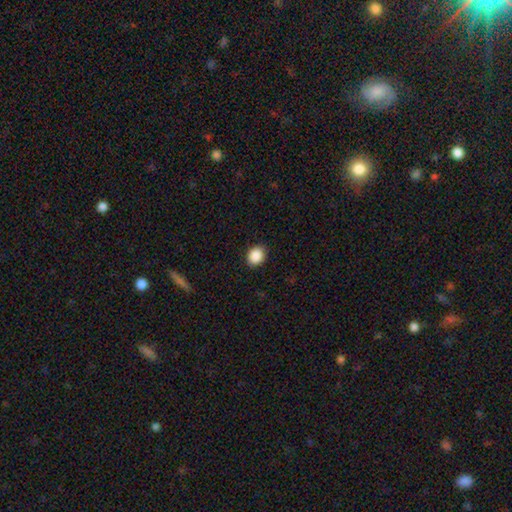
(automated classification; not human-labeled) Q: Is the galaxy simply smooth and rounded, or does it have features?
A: smooth — 89%.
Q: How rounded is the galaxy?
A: round — 59%.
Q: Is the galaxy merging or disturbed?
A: none — 89%.